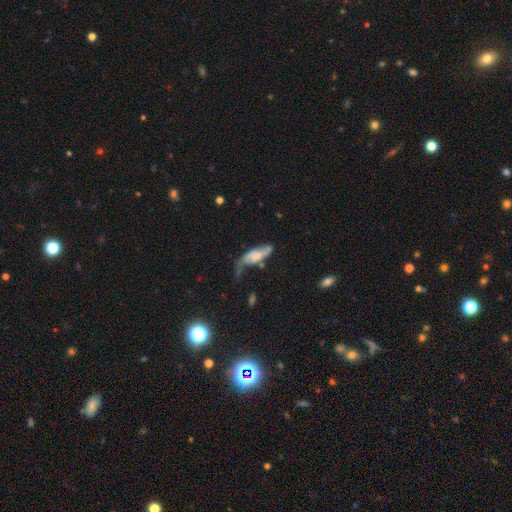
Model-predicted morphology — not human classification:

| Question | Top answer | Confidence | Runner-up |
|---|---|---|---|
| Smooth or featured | smooth | 48% | featured or disk (45%) |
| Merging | none | 31% | tied: minor disturbance (31%), major disturbance (31%) |